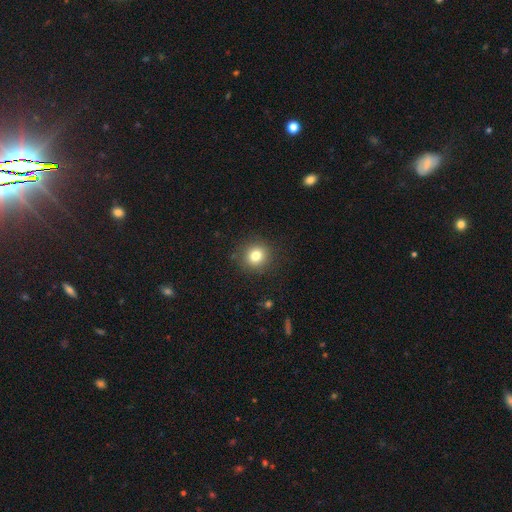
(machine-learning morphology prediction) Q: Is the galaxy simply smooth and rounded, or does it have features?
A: smooth — 81%.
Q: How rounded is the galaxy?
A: round — 90%.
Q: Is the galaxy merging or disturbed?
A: none — 89%.